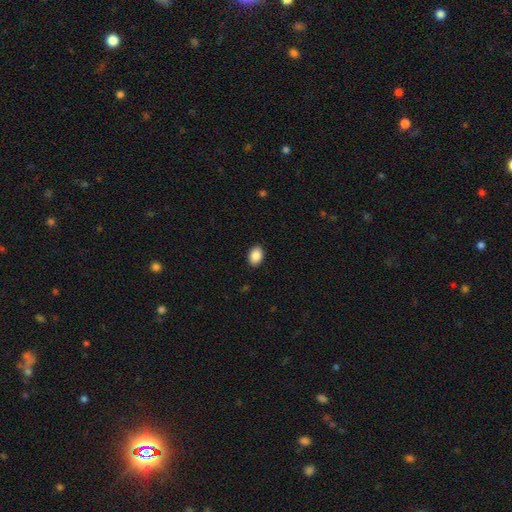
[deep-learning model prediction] Smooth or featured? smooth (88%)
How rounded? in between (82%)
Merging? none (90%)